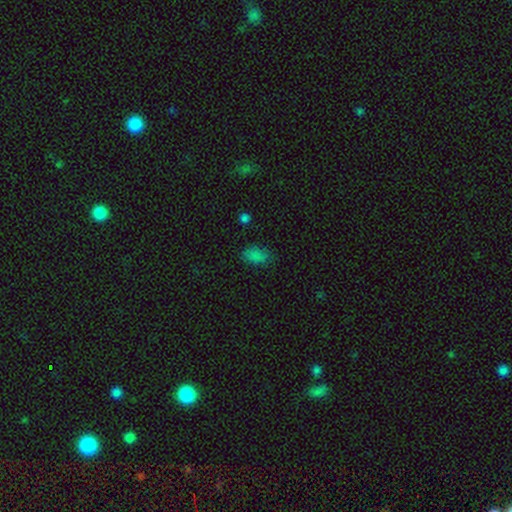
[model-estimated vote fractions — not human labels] Smooth or featured? Predicted: smooth (p=0.79). How rounded? Predicted: in between (p=0.90). Merging? Predicted: none (p=0.71).